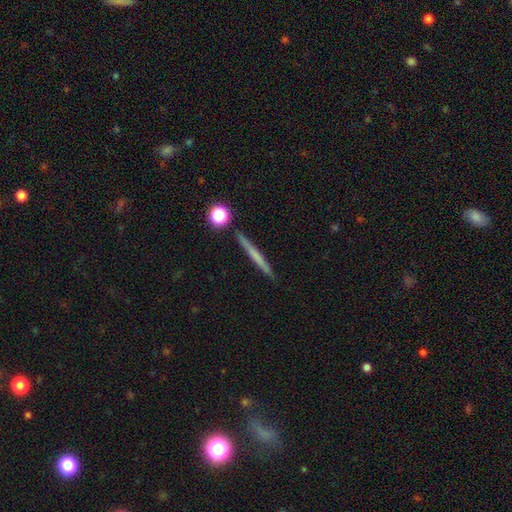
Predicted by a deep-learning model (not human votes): Smooth or featured? Predicted: smooth (p=0.52). How rounded? Predicted: cigar-shaped (p=0.95). Merging? Predicted: none (p=0.90).